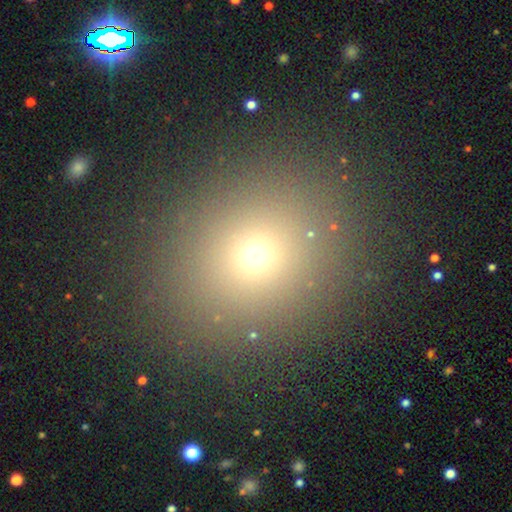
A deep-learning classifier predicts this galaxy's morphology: Overall: smooth (66%). How rounded: round (79%). Merging: none (88%).